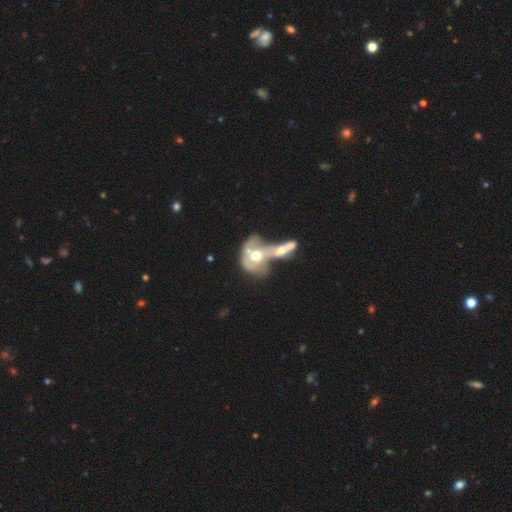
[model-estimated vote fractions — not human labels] smooth-or-featured: featured or disk: 54% | smooth: 38% | star or artifact: 8%
  disk-edge-on: no: 94% | yes: 6%
    bar: no: 85% | weak: 12% | strong: 4%
    has-spiral-arms: no: 75% | yes: 25%
    bulge-size: moderate: 71% | large: 16% | small: 8% | none: 3% | dominant: 2%
  merging: merger: 76% | major disturbance: 11% | none: 8% | minor disturbance: 5%